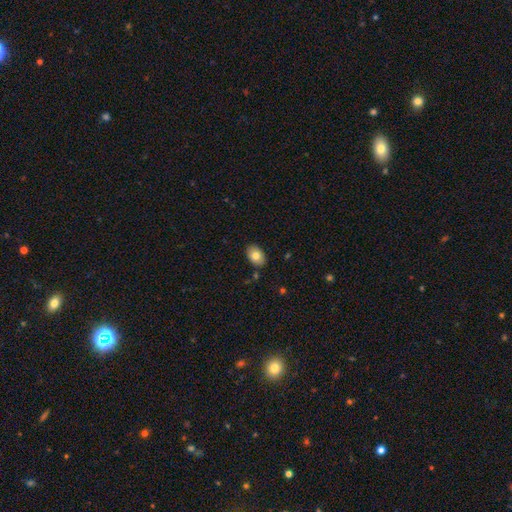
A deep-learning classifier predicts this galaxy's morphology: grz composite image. It shows a smooth galaxy with no disk features (80%) that is in between round and cigar-shaped (83%). Merging: none (86%).